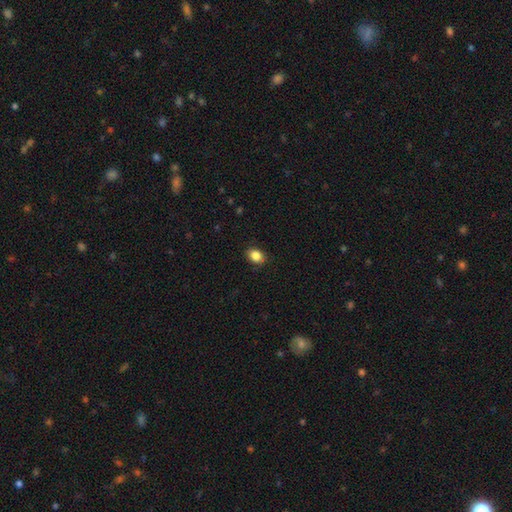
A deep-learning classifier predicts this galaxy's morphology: A smooth galaxy with no disk features (86%) that is in between round and cigar-shaped (59%).

Vote fractions:
- Smooth or featured? smooth: 86% / star or artifact: 9% / featured or disk: 5%
- How rounded? in between: 59% / round: 40% / cigar-shaped: 1%
- Merging? none: 87% / minor disturbance: 10% / major disturbance: 2% / merger: 1%